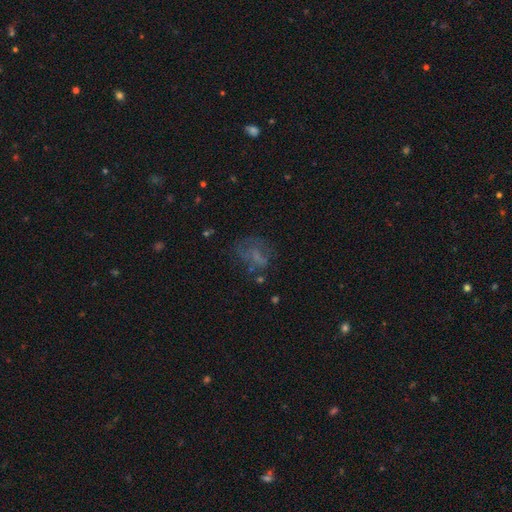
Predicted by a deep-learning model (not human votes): smooth_or_featured: smooth (p=0.40) [alt: featured or disk p=0.37]
merging: none (p=0.46) [alt: major disturbance p=0.29]